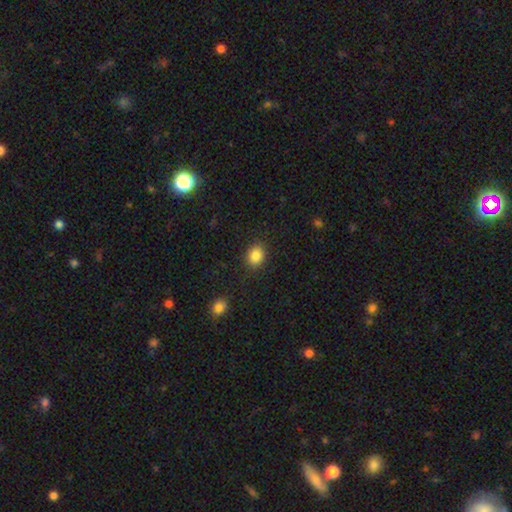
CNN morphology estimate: Smooth or featured: smooth — 85% (star or artifact — 10%)
How rounded: round — 57% (in between — 42%)
Merging: none — 87% (minor disturbance — 9%)